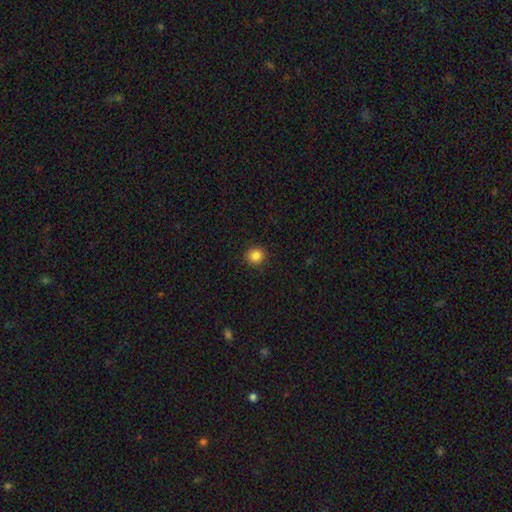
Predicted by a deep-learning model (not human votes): Smooth or featured? Predicted: smooth (p=0.85). How rounded? Predicted: round (p=0.88). Merging? Predicted: none (p=0.91).